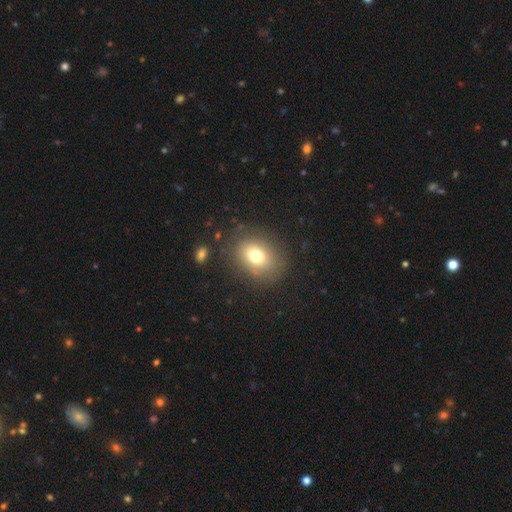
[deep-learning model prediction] A smooth galaxy with no disk features (74%) that is in between round and cigar-shaped (55%).

Vote fractions:
- Smooth or featured? smooth: 74% / featured or disk: 14% / star or artifact: 12%
- How rounded? in between: 55% / round: 44% / cigar-shaped: 1%
- Merging? none: 81% / minor disturbance: 12% / major disturbance: 5% / merger: 2%